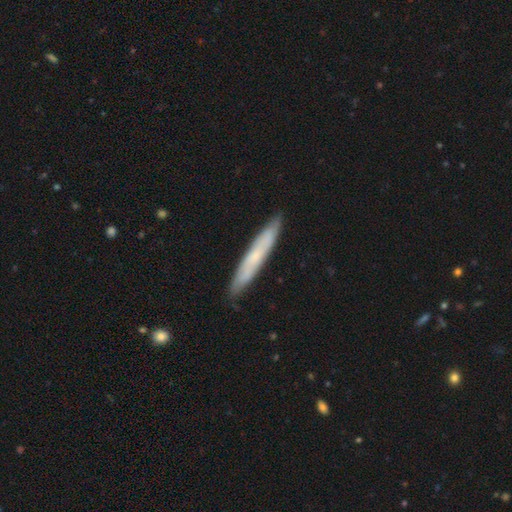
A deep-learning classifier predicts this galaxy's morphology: Overall: smooth (55%; featured or disk 39%). How rounded: cigar-shaped (94%). Merging: none (88%).